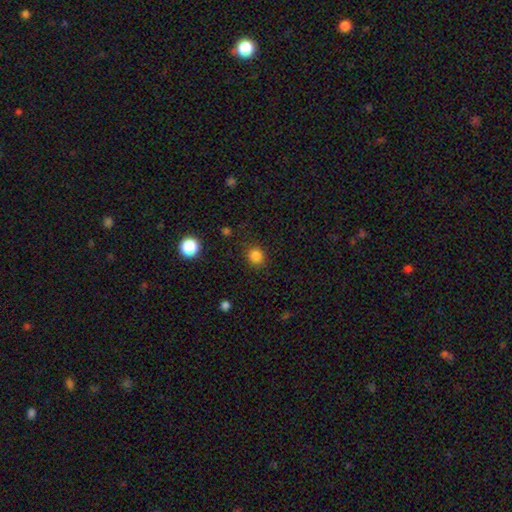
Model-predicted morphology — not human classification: Smooth or featured?
  - smooth: 84% *
  - star or artifact: 12%
  - featured or disk: 4%
How rounded?
  - round: 83% *
  - in between: 16%
  - cigar-shaped: 1%
Merging?
  - none: 87% *
  - minor disturbance: 9%
  - major disturbance: 3%
  - merger: 1%